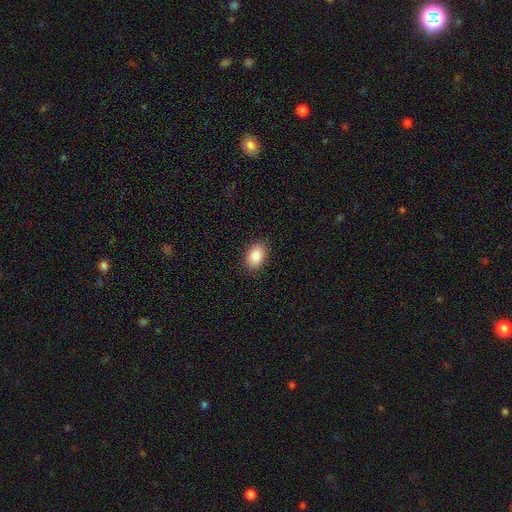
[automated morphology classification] A smooth galaxy with no disk features (86%) that is in between round and cigar-shaped (87%).

Vote fractions:
- Smooth or featured? smooth: 86% / star or artifact: 8% / featured or disk: 6%
- How rounded? in between: 87% / round: 11% / cigar-shaped: 1%
- Merging? none: 88% / minor disturbance: 8% / major disturbance: 2% / merger: 1%